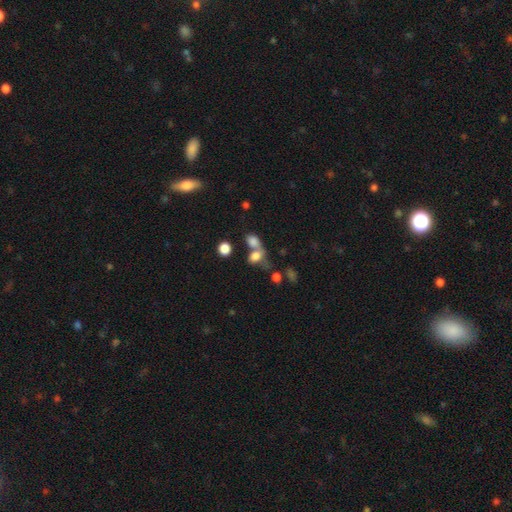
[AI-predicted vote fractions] smooth 76%, star or artifact 12%, featured or disk 12%. Down the decision tree: how rounded — in between (66%); merging — merger (53%).